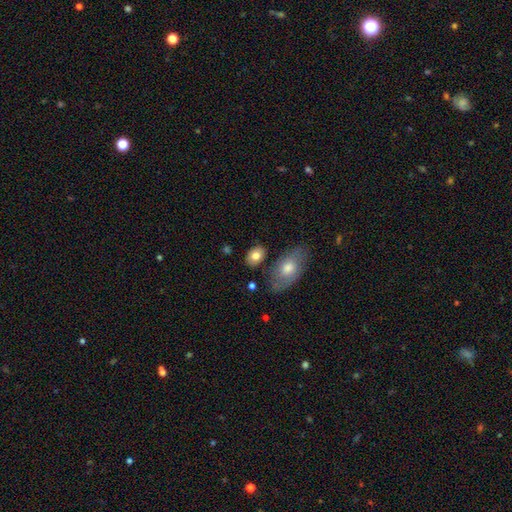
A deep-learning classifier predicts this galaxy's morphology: Smooth or featured: smooth — 79% (featured or disk — 14%)
How rounded: in between — 83% (round — 15%)
Merging: none — 76% (minor disturbance — 13%)